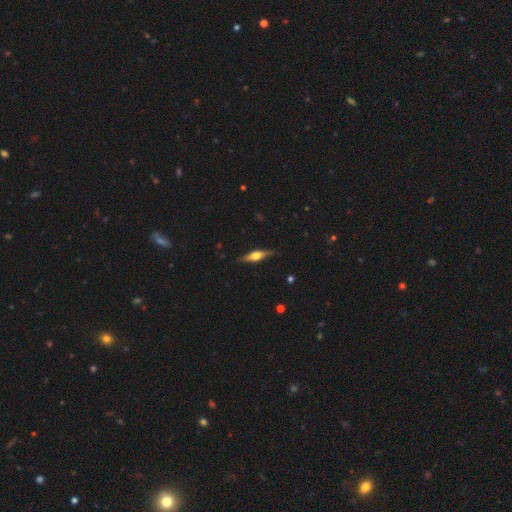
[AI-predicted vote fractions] A featured or disk galaxy (61%) viewed edge-on (94%) with a rounded central bulge (90%).

Vote fractions:
- Smooth or featured? featured or disk: 61% / smooth: 33% / star or artifact: 6%
- Edge-on disk? yes: 94% / no: 6%
- Edge-on bulge? rounded: 90% / boxy: 8% / none: 3%
- Merging? none: 84% / minor disturbance: 12% / major disturbance: 2% / merger: 1%